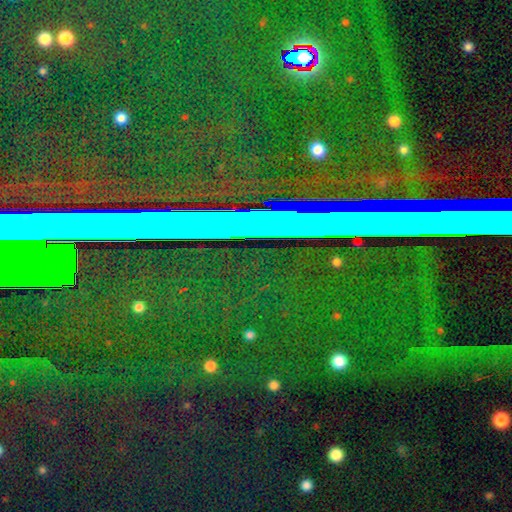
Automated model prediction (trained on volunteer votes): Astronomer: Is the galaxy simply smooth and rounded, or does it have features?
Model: star or artifact — 85%.